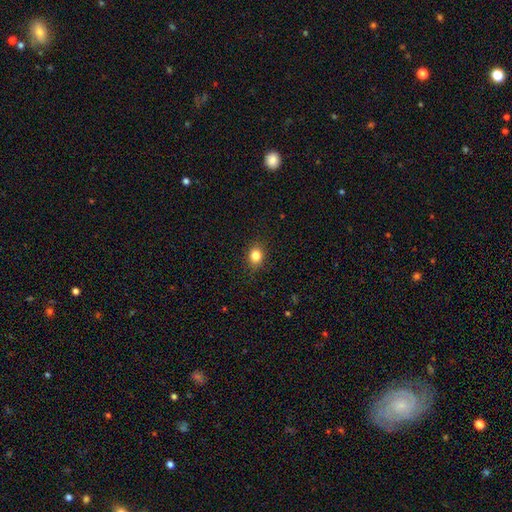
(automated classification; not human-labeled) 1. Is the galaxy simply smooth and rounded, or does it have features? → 84% smooth, 11% star or artifact, 5% featured or disk.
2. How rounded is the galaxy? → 54% round, 45% in between, 1% cigar-shaped.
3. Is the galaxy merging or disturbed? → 88% none, 9% minor disturbance, 2% major disturbance, 1% merger.